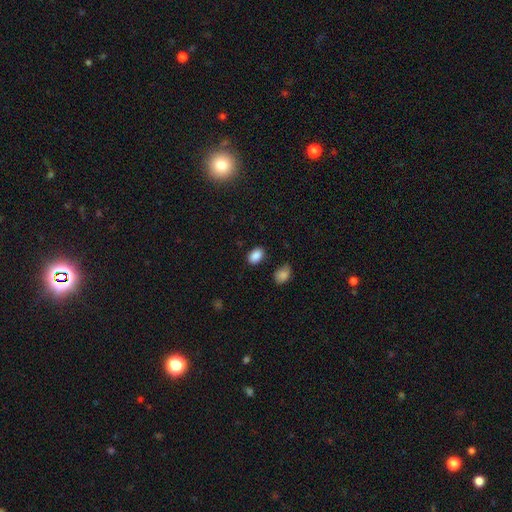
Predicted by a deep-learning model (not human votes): A smooth galaxy with no disk features (88%) that is in between round and cigar-shaped (86%).

Vote fractions:
- Smooth or featured? smooth: 88% / star or artifact: 9% / featured or disk: 4%
- How rounded? in between: 86% / round: 13% / cigar-shaped: 1%
- Merging? none: 83% / minor disturbance: 12% / major disturbance: 3% / merger: 3%